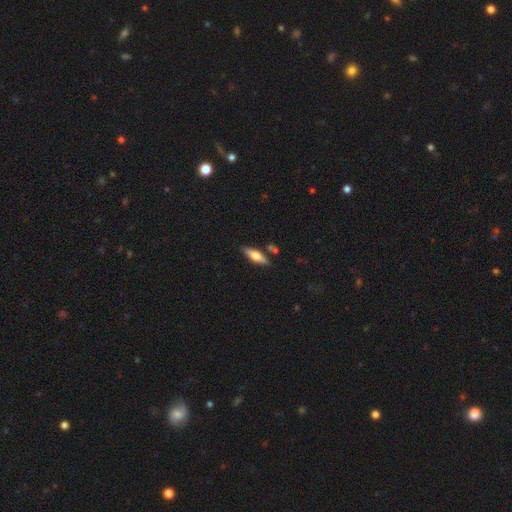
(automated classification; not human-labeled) Q: Smooth or featured?
A: smooth (50%); runner-up: featured or disk (43%)
Q: How rounded?
A: cigar-shaped (51%); runner-up: in between (46%)
Q: Merging?
A: none (80%); runner-up: minor disturbance (12%)